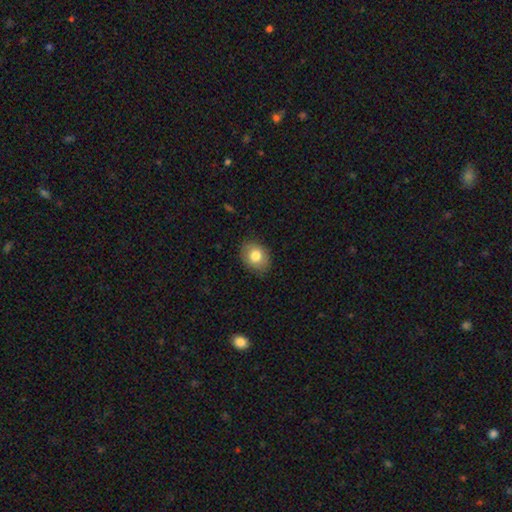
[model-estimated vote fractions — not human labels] This is likely a smooth galaxy (80%). How rounded: possibly in between (57%). Merging: clearly none (86%).